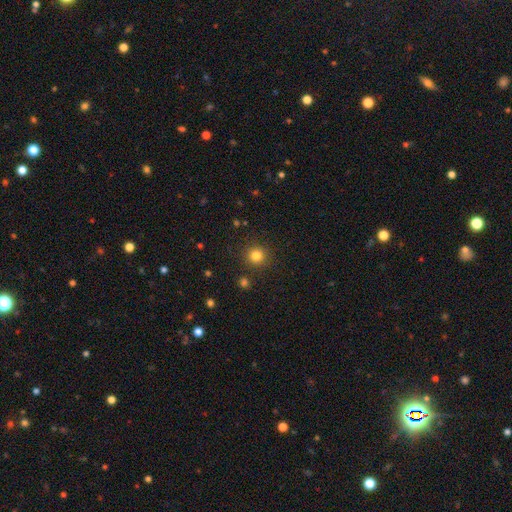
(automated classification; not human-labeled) A smooth galaxy with no disk features (82%) that is round (93%). Merging: none (88%).